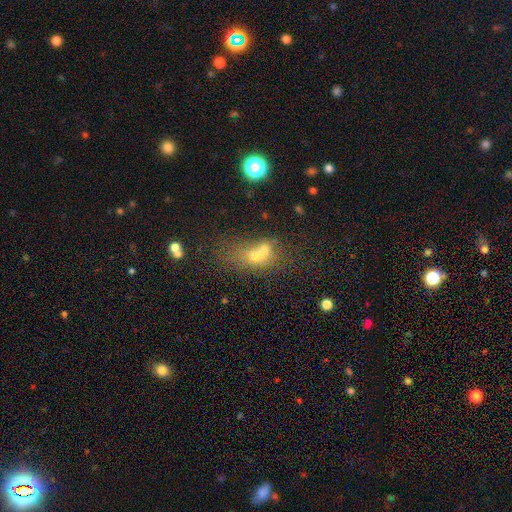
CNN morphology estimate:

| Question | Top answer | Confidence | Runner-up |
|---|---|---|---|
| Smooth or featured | smooth | 50% | featured or disk (27%) |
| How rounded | in between | 48% | round (45%) |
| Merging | merger | 61% | none (24%) |